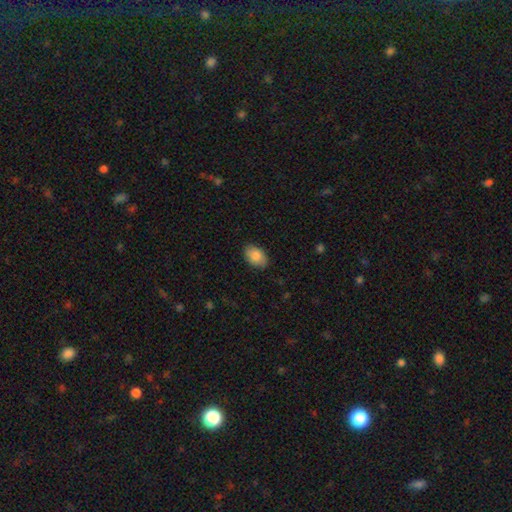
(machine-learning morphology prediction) Smooth or featured? Predicted: smooth (p=0.86). How rounded? Predicted: in between (p=0.89). Merging? Predicted: none (p=0.85).